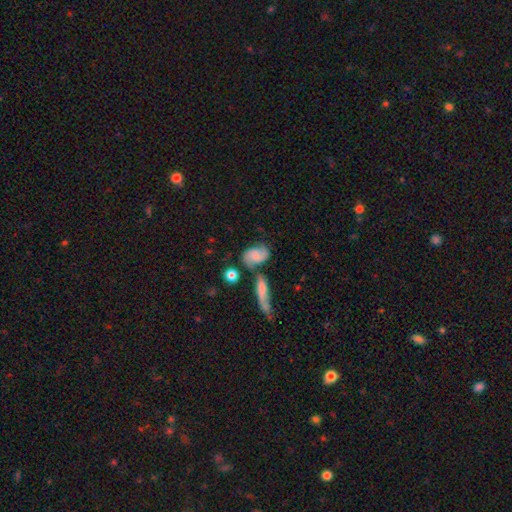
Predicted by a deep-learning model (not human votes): featured or disk 53%, smooth 39%, star or artifact 8%. Down the decision tree: edge-on disk — no (94%); merging — none (48%).